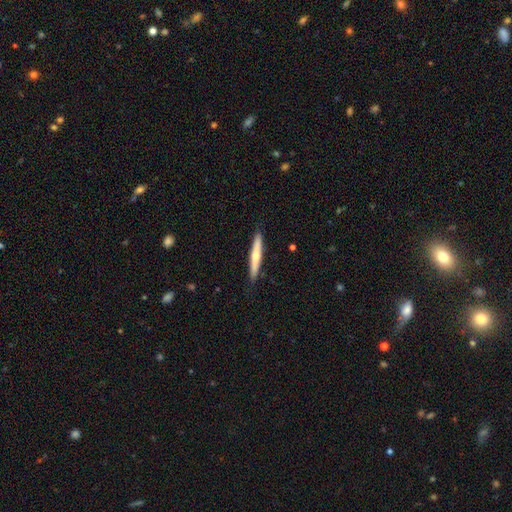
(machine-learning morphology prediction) This appears to be a featured or disk galaxy (53%) viewed edge-on (94%) with a rounded central bulge (81%). Merging: none (88%).